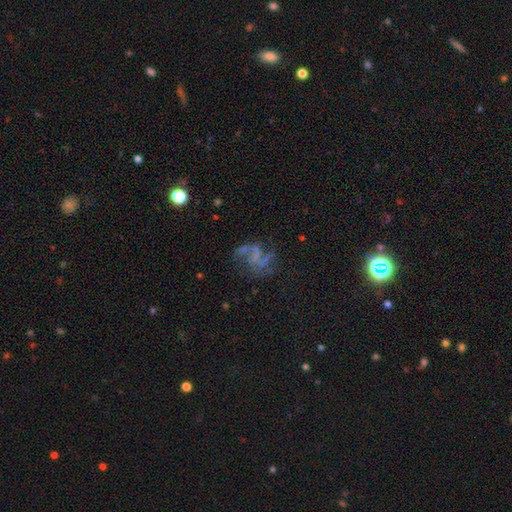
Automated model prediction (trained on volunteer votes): Smooth or featured?
  - featured or disk: 61% *
  - star or artifact: 20%
  - smooth: 19%
Edge-on disk?
  - no: 98% *
  - yes: 2%
Bar?
  - no: 65% *
  - weak: 25%
  - strong: 10%
Spiral arms?
  - yes: 59% *
  - no: 41%
Bulge size?
  - none: 73% *
  - small: 16%
  - moderate: 7%
  - large: 2%
  - dominant: 1%
Merging?
  - none: 40% *
  - major disturbance: 36%
  - minor disturbance: 16%
  - merger: 8%